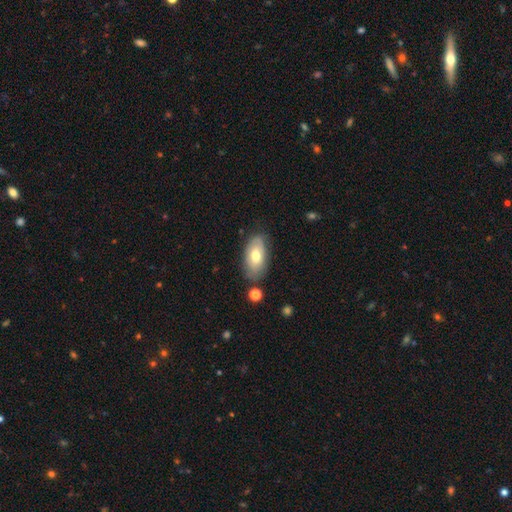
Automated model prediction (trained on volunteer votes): smooth 63%, featured or disk 30%, star or artifact 7%. Down the decision tree: how rounded — in between (92%); merging — none (74%).